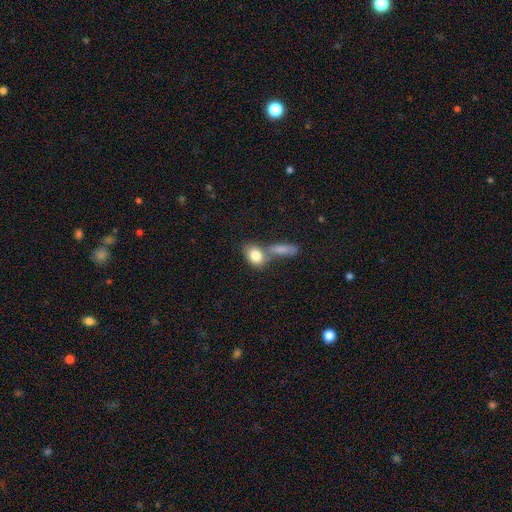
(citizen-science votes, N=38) This is likely a smooth galaxy (76%). How rounded: clearly in between (83%). Merging: possibly merger (57%).